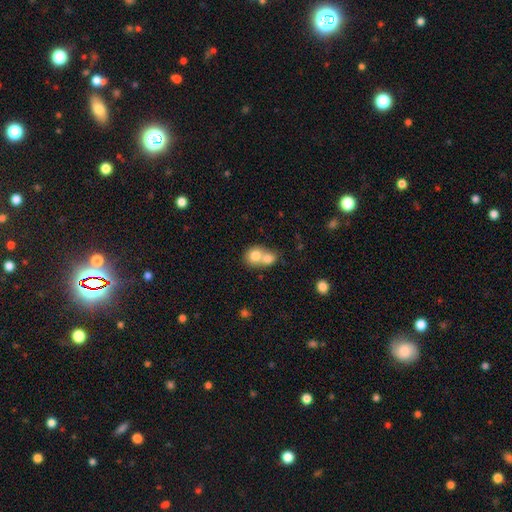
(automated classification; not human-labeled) Smooth or featured? smooth (76%)
How rounded? round (69%)
Merging? merger (71%)